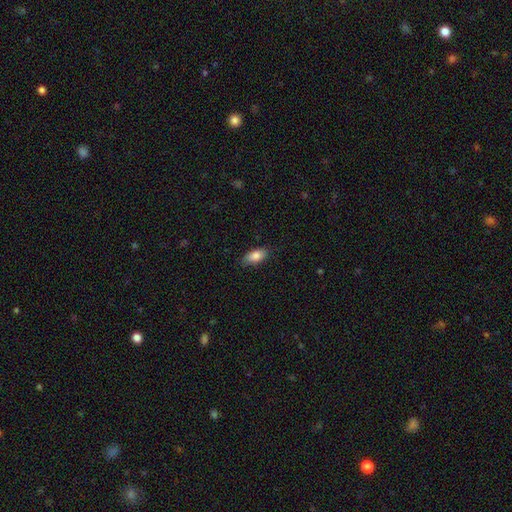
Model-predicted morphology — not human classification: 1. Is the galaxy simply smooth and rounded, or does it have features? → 84% smooth, 9% featured or disk, 7% star or artifact.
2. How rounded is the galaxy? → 88% in between, 9% cigar-shaped, 3% round.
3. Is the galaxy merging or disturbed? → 82% none, 15% minor disturbance, 3% major disturbance, 1% merger.